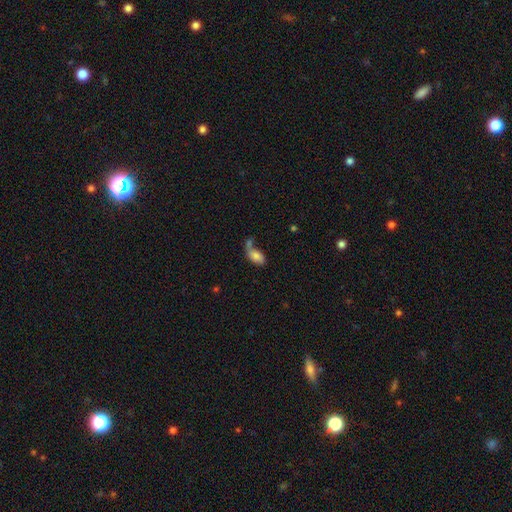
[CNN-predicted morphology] A smooth galaxy with no disk features (78%) that is in between round and cigar-shaped (92%).

Vote fractions:
- Smooth or featured? smooth: 78% / featured or disk: 14% / star or artifact: 8%
- How rounded? in between: 92% / round: 5% / cigar-shaped: 4%
- Merging? merger: 40% / none: 35% / minor disturbance: 15% / major disturbance: 10%